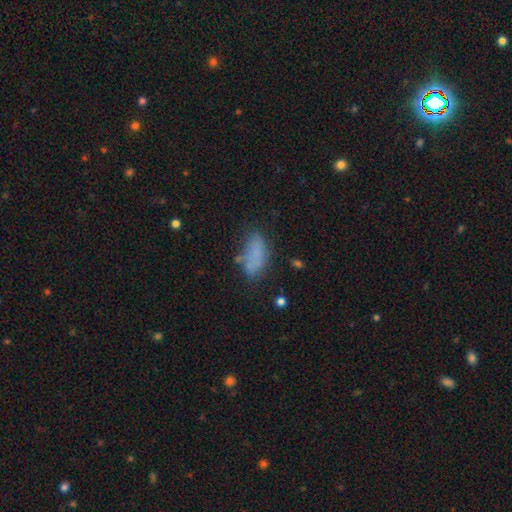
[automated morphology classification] Smooth or featured? smooth (73%)
How rounded? in between (82%)
Merging? none (55%)